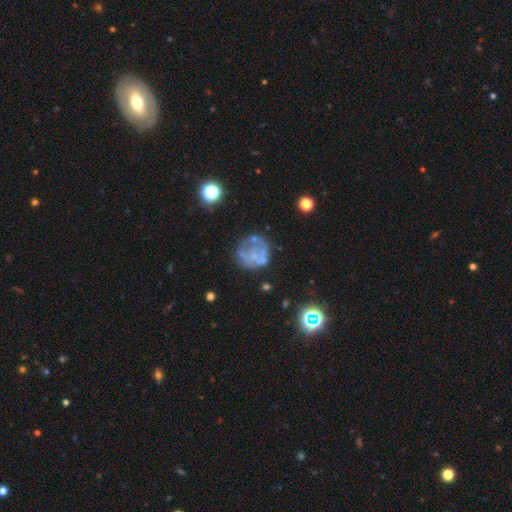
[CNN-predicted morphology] smooth-or-featured: featured or disk: 54% | smooth: 33% | star or artifact: 13%
  disk-edge-on: no: 98% | yes: 2%
    bar: no: 91% | weak: 7% | strong: 2%
    has-spiral-arms: no: 84% | yes: 16%
    bulge-size: none: 61% | small: 25% | moderate: 11% | large: 2% | dominant: 1%
  merging: none: 55% | minor disturbance: 21% | major disturbance: 19% | merger: 6%